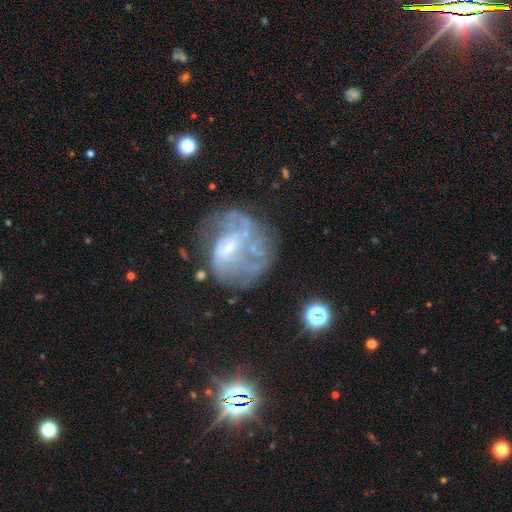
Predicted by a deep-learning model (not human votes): Smooth or featured: featured or disk — 66% (smooth — 18%)
Edge-on disk: no — 97% (yes — 3%)
Bar: no — 45% (weak — 41%)
Spiral arms: yes — 60% (no — 40%)
Bulge size: small — 44% (none — 28%)
Merging: none — 51% (major disturbance — 24%)